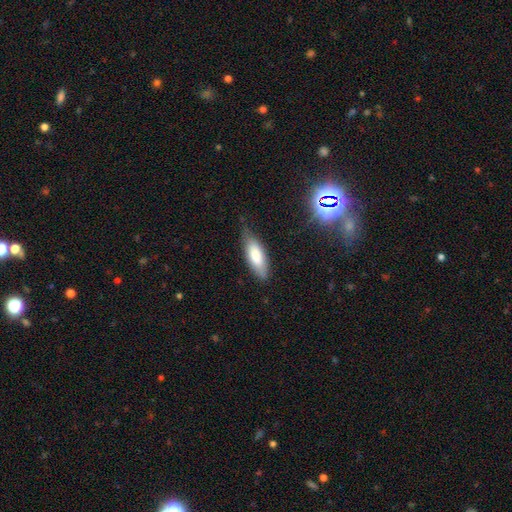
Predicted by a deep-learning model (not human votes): A smooth galaxy with no disk features (78%) that is in between round and cigar-shaped (68%). Merging: none (69%).